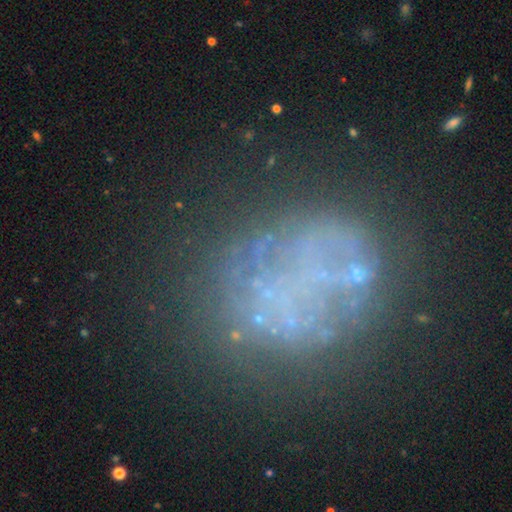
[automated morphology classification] smooth_or_featured: featured or disk (p=0.51) [alt: star or artifact p=0.26]
disk_edge_on: no (p=0.98) [alt: yes p=0.02]
merging: none (p=0.60) [alt: major disturbance p=0.19]